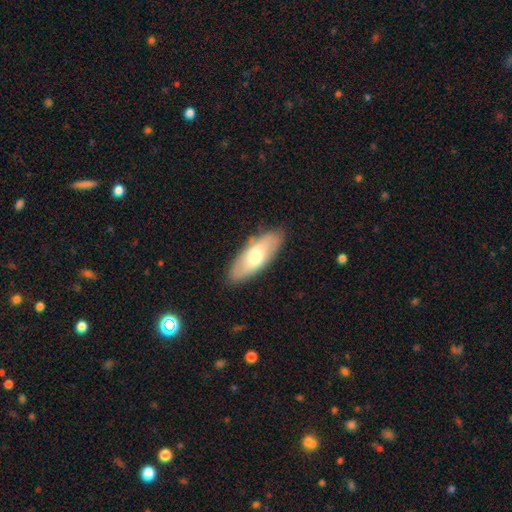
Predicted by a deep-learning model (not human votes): Morphology: type=smooth (59%); roundness=in between (78%); merging=none (86%).